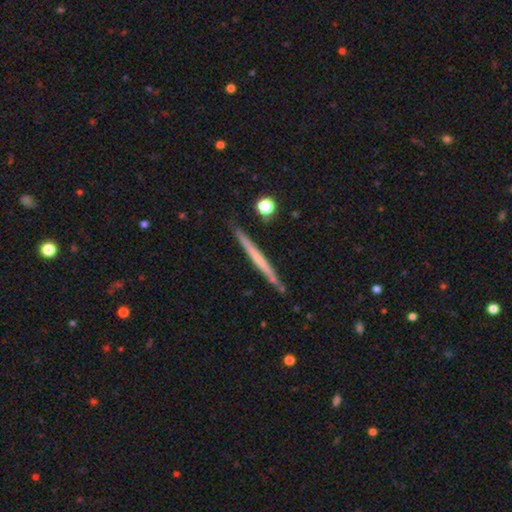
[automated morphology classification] This is possibly a featured or disk galaxy (49%). Merging: clearly none (88%).